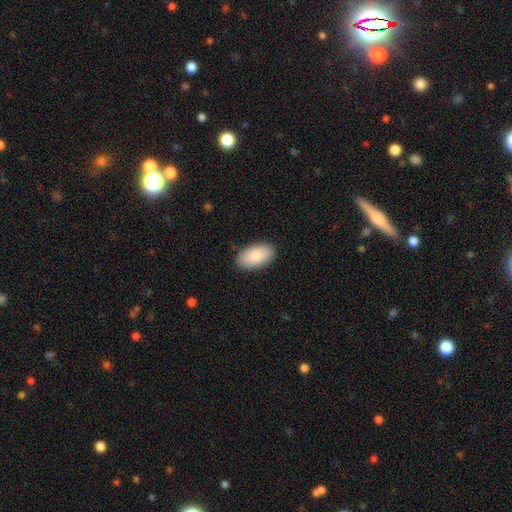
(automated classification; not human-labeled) smooth-or-featured: smooth: 88% | featured or disk: 6% | star or artifact: 6%
  how-rounded: in between: 96% | round: 3% | cigar-shaped: 1%
  merging: none: 88% | minor disturbance: 9% | major disturbance: 2% | merger: 1%